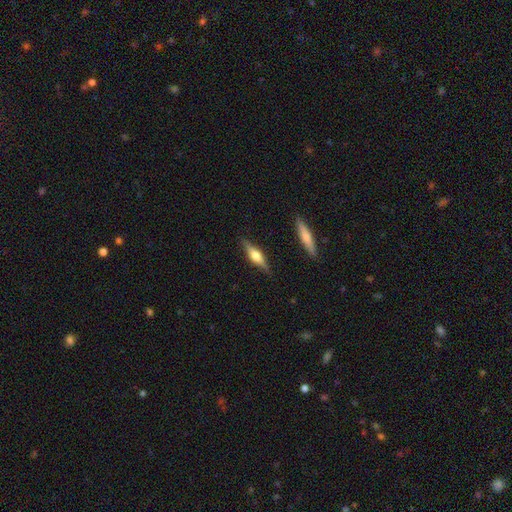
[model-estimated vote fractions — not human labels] Smooth or featured? Predicted: featured or disk (p=0.63). Edge-on disk? Predicted: yes (p=0.96). Edge-on bulge? Predicted: rounded (p=0.89). Merging? Predicted: none (p=0.86).